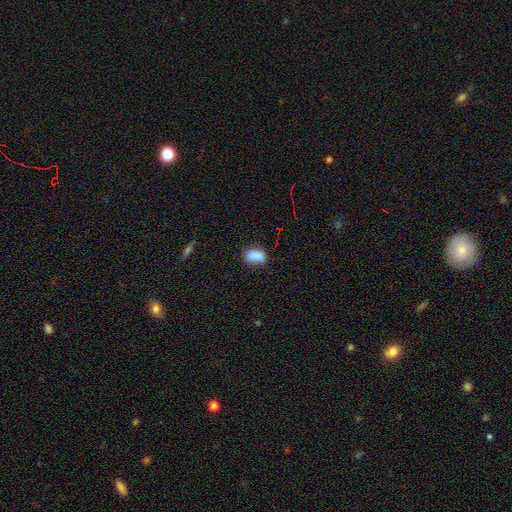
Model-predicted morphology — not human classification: Q: Smooth or featured?
A: smooth (85%); runner-up: star or artifact (9%)
Q: How rounded?
A: in between (86%); runner-up: round (11%)
Q: Merging?
A: none (67%); runner-up: minor disturbance (24%)